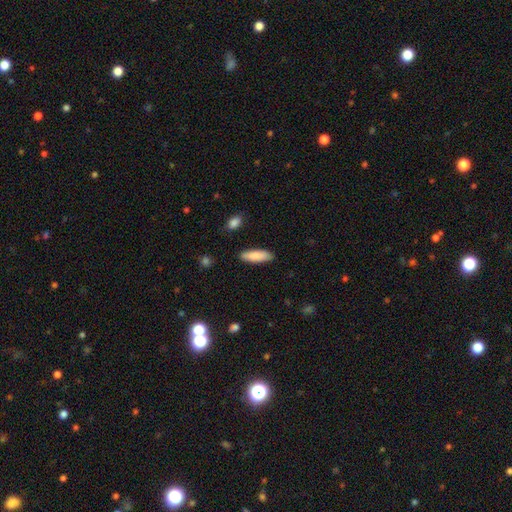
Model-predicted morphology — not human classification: This appears to be a smooth galaxy with no disk features (86%) that is in between round and cigar-shaped (54%). Merging: none (87%).